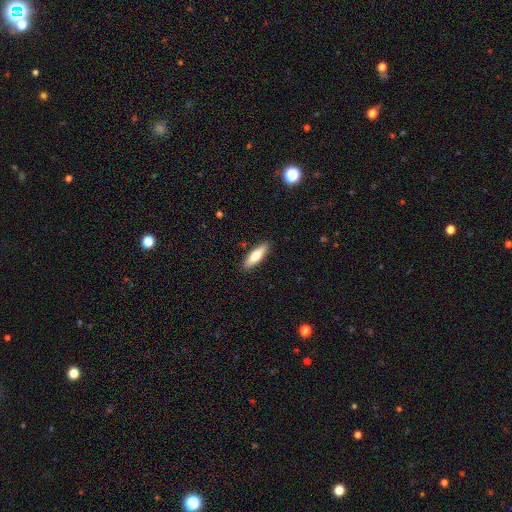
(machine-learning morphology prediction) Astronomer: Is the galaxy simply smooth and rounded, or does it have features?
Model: smooth — 67%.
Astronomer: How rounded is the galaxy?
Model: cigar-shaped — 53% (runner-up: in between, 45%).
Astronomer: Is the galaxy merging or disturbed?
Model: none — 90%.